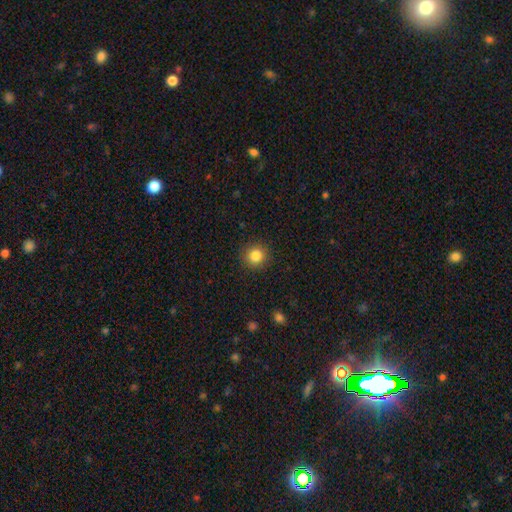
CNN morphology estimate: smooth_or_featured: smooth (p=0.84) [alt: star or artifact p=0.11]
how_rounded: round (p=0.92) [alt: in between p=0.07]
merging: none (p=0.91) [alt: minor disturbance p=0.06]